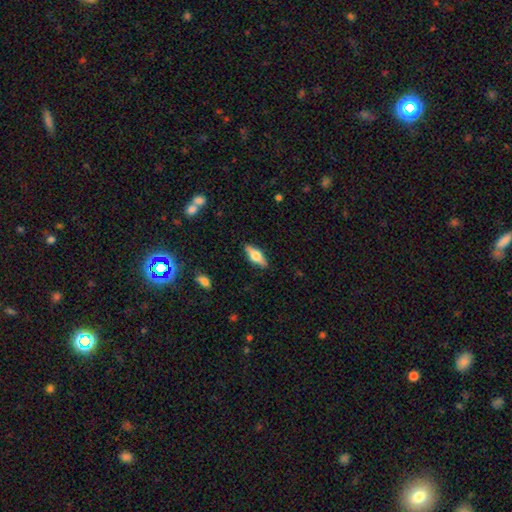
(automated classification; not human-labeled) A smooth galaxy with no disk features (52%) that is in between round and cigar-shaped (64%).

Vote fractions:
- Smooth or featured? smooth: 52% / featured or disk: 41% / star or artifact: 6%
- How rounded? in between: 64% / cigar-shaped: 32% / round: 3%
- Merging? none: 87% / minor disturbance: 10% / major disturbance: 2% / merger: 1%